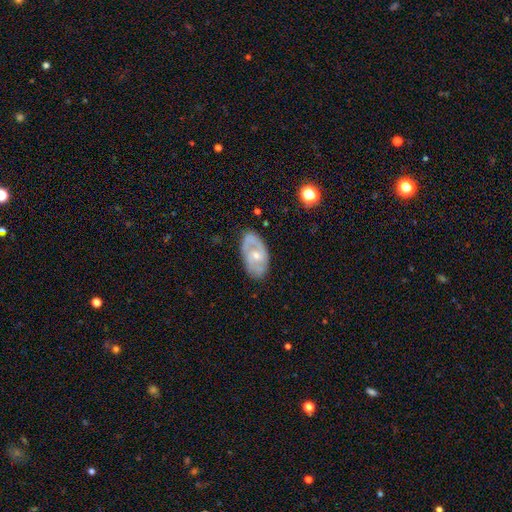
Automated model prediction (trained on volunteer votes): The model was most divided on "bulge size": moderate: 53%, small: 41%, large: 3%, none: 2%, dominant: 1%. More confident: edge-on disk — no (94%); spiral arms — yes (77%); merging — none (73%); smooth or featured — featured or disk (68%); bar — no (60%).